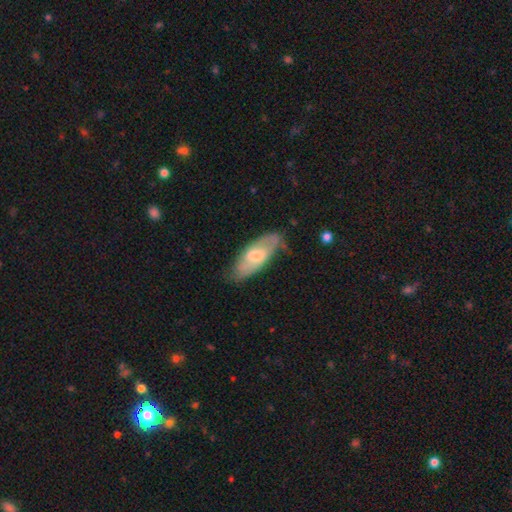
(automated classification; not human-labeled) smooth-or-featured: smooth: 49% | featured or disk: 46% | star or artifact: 6%
  merging: none: 67% | minor disturbance: 24% | major disturbance: 6% | merger: 2%